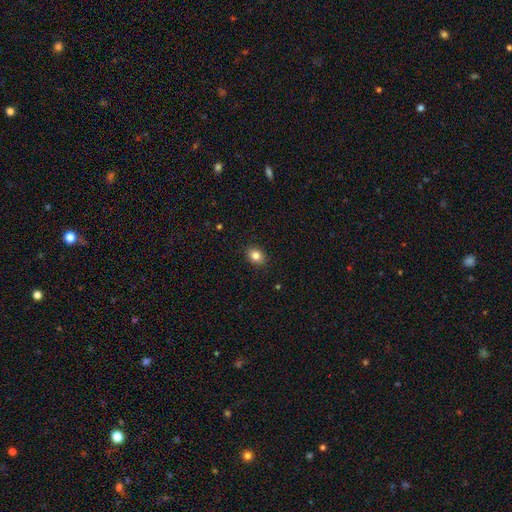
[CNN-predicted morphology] smooth 83%, star or artifact 10%, featured or disk 7%. Down the decision tree: how rounded — in between (61%); merging — none (89%).